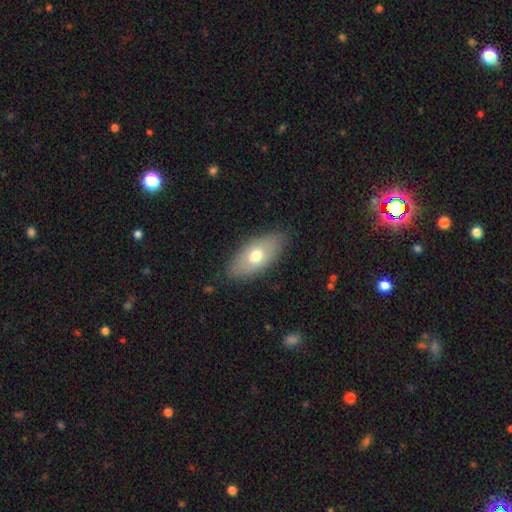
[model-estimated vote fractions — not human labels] smooth-or-featured: smooth: 68% | featured or disk: 26% | star or artifact: 7%
  how-rounded: in between: 90% | cigar-shaped: 6% | round: 4%
  merging: none: 83% | minor disturbance: 12% | major disturbance: 3% | merger: 1%